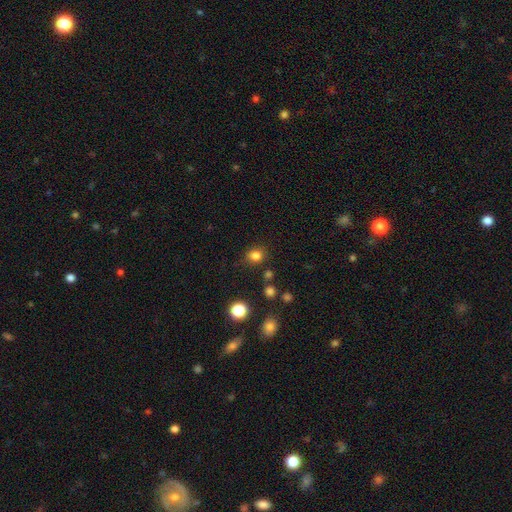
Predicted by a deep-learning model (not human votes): Morphology: type=smooth (81%); roundness=round (78%); merging=none (84%).